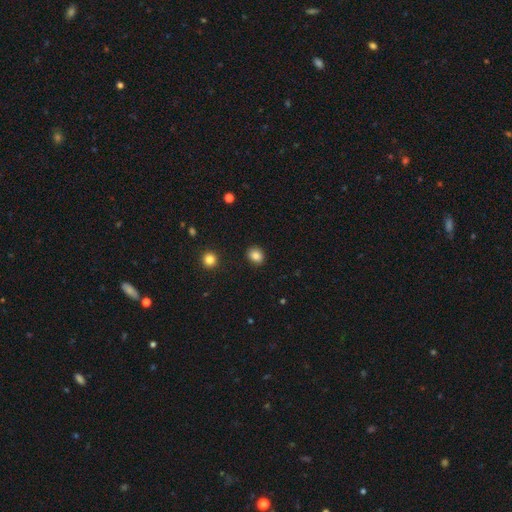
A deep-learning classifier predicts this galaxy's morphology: Smooth or featured: smooth — 85% (star or artifact — 10%)
How rounded: round — 59% (in between — 40%)
Merging: none — 90% (minor disturbance — 7%)